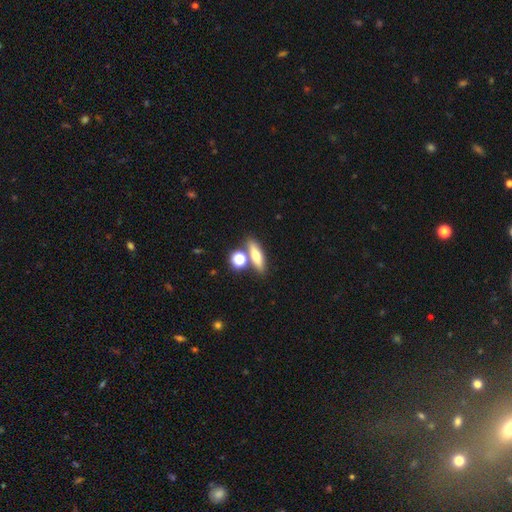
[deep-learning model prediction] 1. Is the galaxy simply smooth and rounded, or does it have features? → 61% smooth, 29% featured or disk, 10% star or artifact.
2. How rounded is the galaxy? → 46% cigar-shaped, 38% in between, 16% round.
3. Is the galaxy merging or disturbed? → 68% none, 18% merger, 10% minor disturbance, 4% major disturbance.